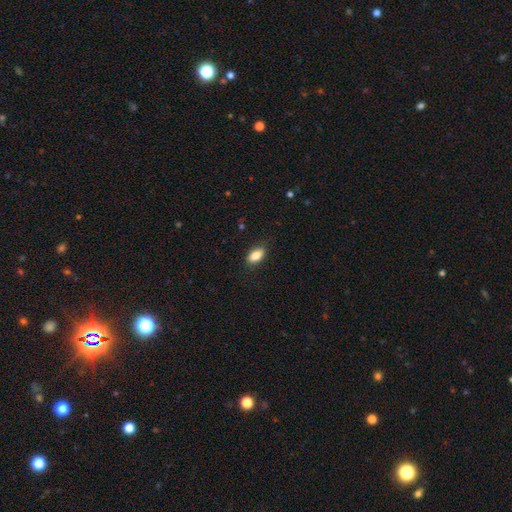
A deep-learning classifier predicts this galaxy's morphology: The model was most divided on "merging": none: 82%, minor disturbance: 14%, major disturbance: 3%, merger: 1%. More confident: how rounded — in between (89%); smooth or featured — smooth (85%).